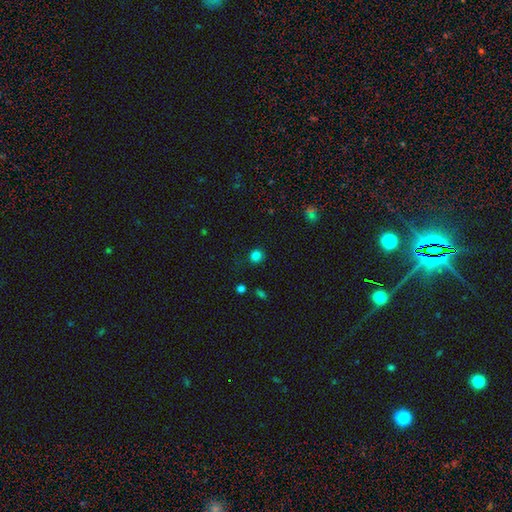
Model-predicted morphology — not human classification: smooth-or-featured: smooth: 81% | star or artifact: 15% | featured or disk: 4%
  how-rounded: round: 88% | in between: 11% | cigar-shaped: 1%
  merging: none: 86% | minor disturbance: 10% | major disturbance: 3% | merger: 2%